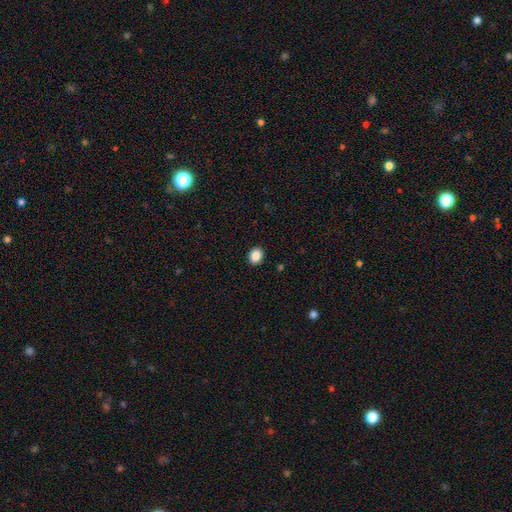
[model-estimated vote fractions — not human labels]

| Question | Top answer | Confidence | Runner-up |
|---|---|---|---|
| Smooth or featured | smooth | 88% | star or artifact (9%) |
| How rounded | round | 50% | in between (49%) |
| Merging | none | 91% | minor disturbance (6%) |